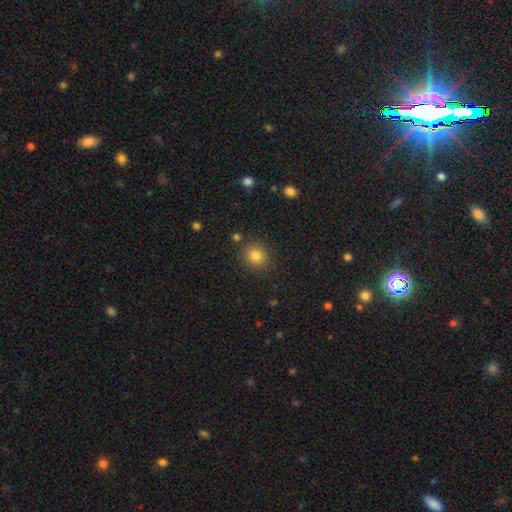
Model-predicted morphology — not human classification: type=smooth (82%); roundness=round (83%); merging=none (86%).